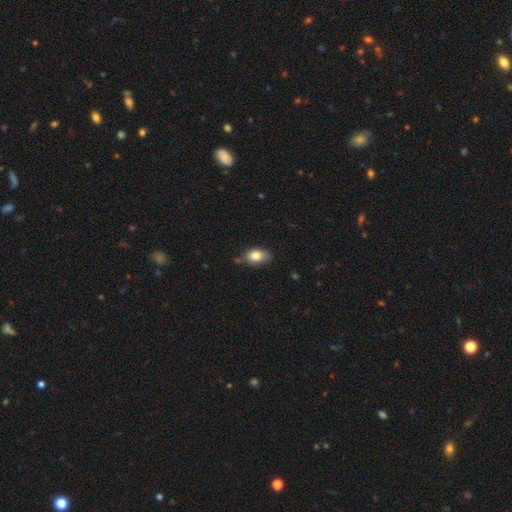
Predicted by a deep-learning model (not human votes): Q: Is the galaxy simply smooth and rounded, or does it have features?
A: smooth — 82%.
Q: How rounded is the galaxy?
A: in between — 87%.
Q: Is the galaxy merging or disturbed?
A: none — 67%.